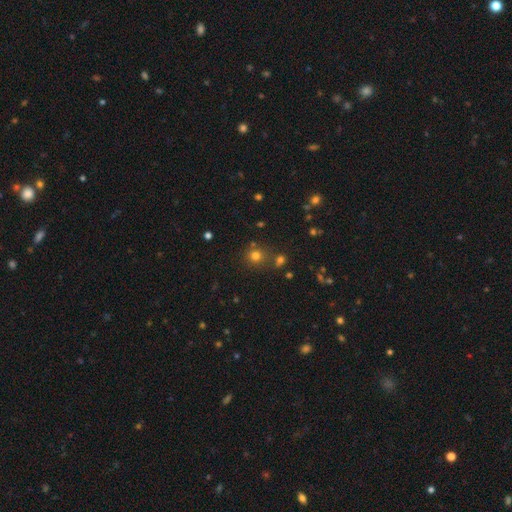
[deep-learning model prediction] Overall: smooth (73%). How rounded: round (89%). Merging: none (75%).